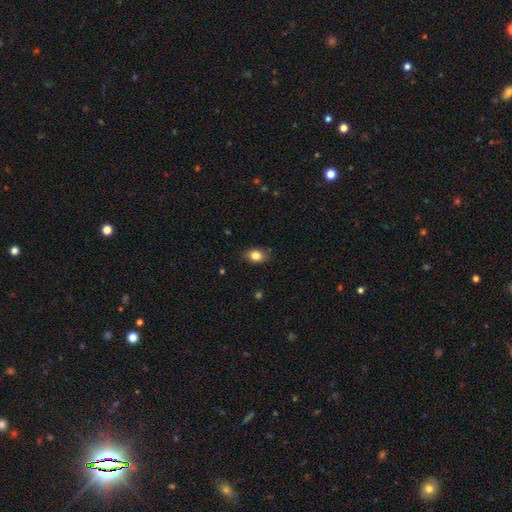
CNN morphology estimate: smooth-or-featured: smooth: 84% | star or artifact: 8% | featured or disk: 8%
  how-rounded: in between: 78% | round: 21% | cigar-shaped: 2%
  merging: none: 81% | minor disturbance: 15% | major disturbance: 3% | merger: 1%